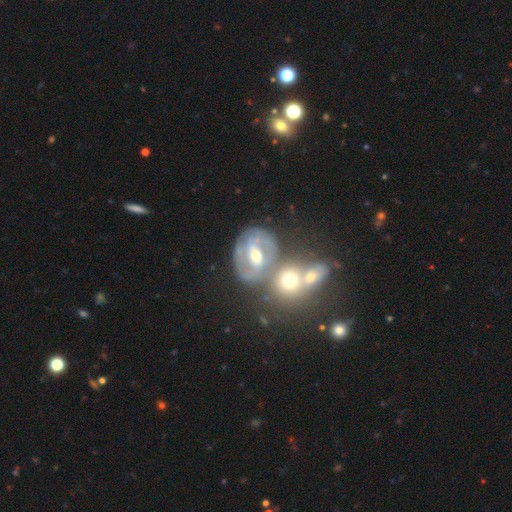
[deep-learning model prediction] Q: Smooth or featured?
A: featured or disk (75%); runner-up: smooth (17%)
Q: Edge-on disk?
A: no (97%); runner-up: yes (3%)
Q: Bar?
A: weak (42%); runner-up: no (29%)
Q: Spiral arms?
A: yes (77%); runner-up: no (23%)
Q: Spiral winding?
A: tight (45%); runner-up: medium (42%)
Q: Spiral arm count?
A: 2 (68%); runner-up: can't tell (17%)
Q: Bulge size?
A: moderate (62%); runner-up: small (32%)
Q: Merging?
A: none (43%); runner-up: merger (37%)